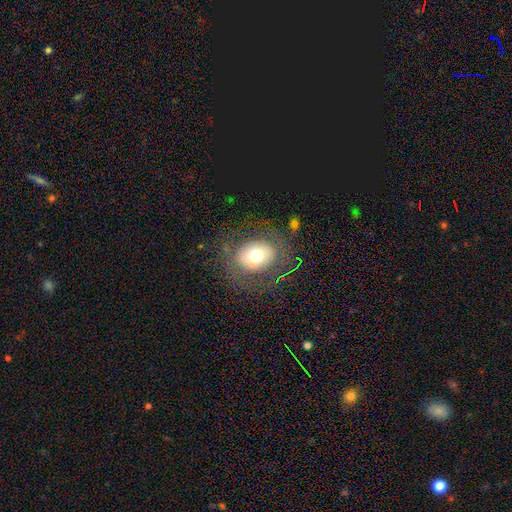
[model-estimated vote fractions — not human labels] This appears to be a smooth galaxy with no disk features (62%) that is in between round and cigar-shaped (50%). Merging: none (73%).